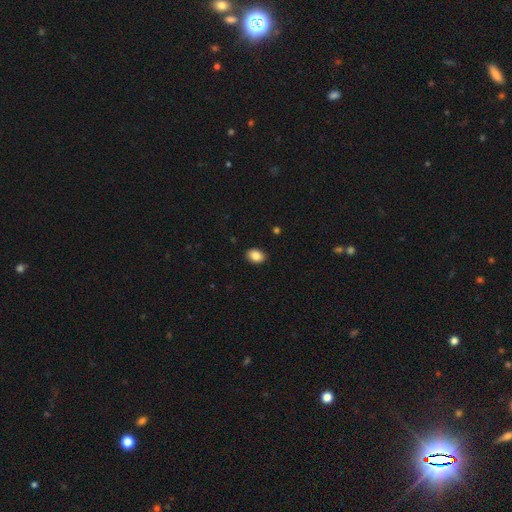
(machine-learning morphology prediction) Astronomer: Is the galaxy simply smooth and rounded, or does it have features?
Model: smooth — 86%.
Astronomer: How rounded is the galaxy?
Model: in between — 77%.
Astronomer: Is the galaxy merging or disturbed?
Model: none — 90%.